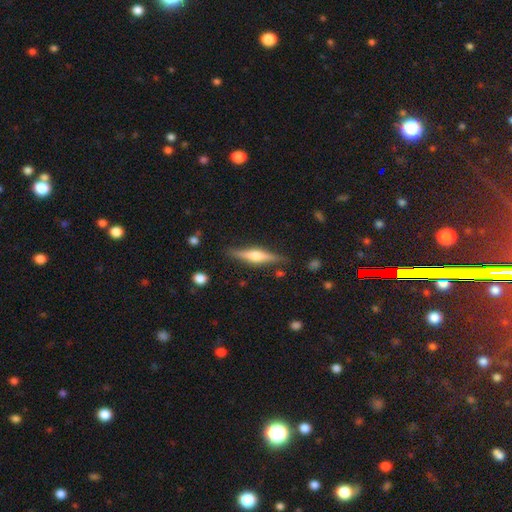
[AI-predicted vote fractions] smooth_or_featured: featured or disk (p=0.64) [alt: smooth p=0.29]
disk_edge_on: yes (p=0.96) [alt: no p=0.04]
edge_on_bulge: rounded (p=0.84) [alt: boxy p=0.11]
merging: none (p=0.85) [alt: minor disturbance p=0.11]